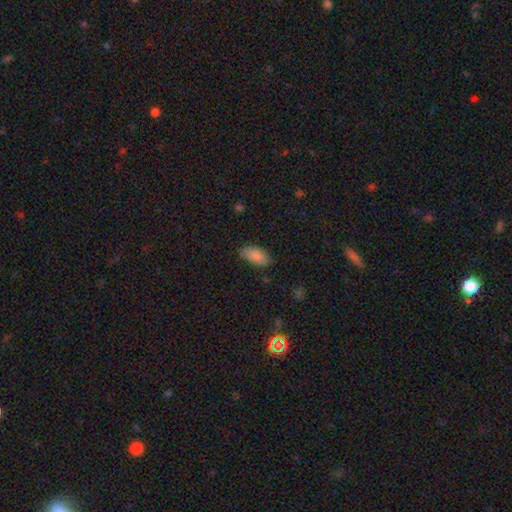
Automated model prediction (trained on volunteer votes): Smooth or featured? Predicted: smooth (p=0.88). How rounded? Predicted: in between (p=0.92). Merging? Predicted: none (p=0.78).